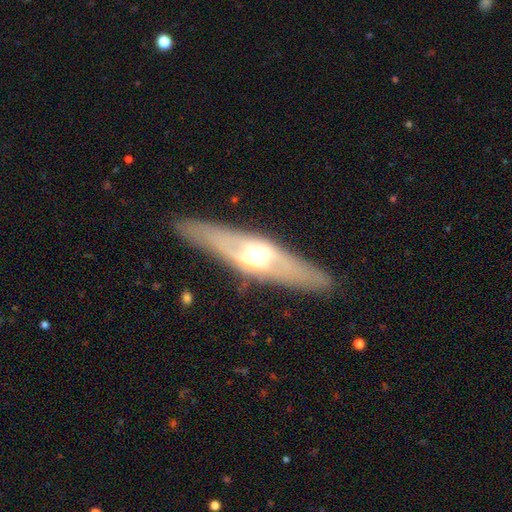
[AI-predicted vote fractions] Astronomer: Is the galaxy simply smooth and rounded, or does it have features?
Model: featured or disk — 73%.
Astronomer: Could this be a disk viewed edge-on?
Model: yes — 50%, tied with no at 50%.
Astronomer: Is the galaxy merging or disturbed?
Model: none — 85%.